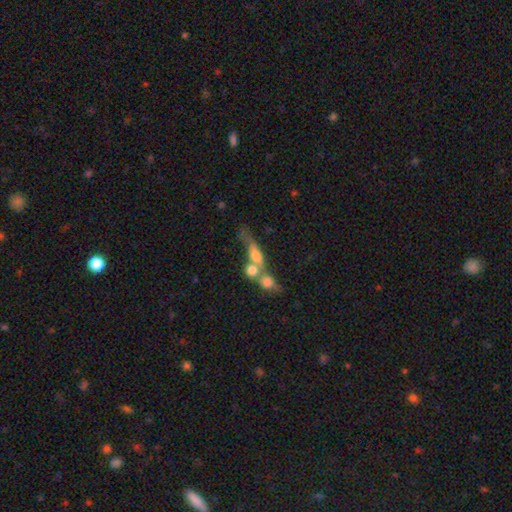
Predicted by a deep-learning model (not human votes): smooth-or-featured: smooth: 59% | featured or disk: 30% | star or artifact: 12%
  how-rounded: in between: 42% | cigar-shaped: 31% | round: 27%
  merging: merger: 63% | none: 20% | major disturbance: 9% | minor disturbance: 8%